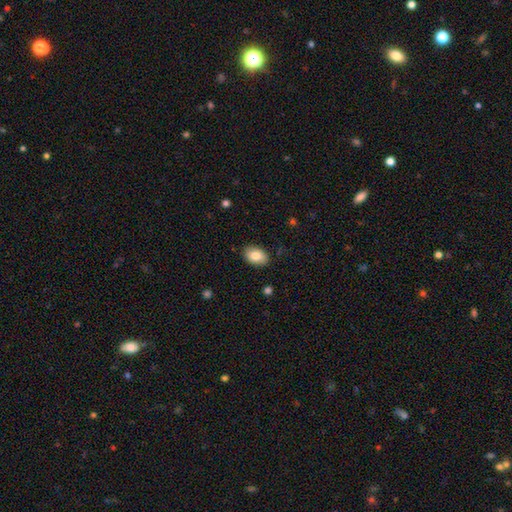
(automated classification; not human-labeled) Q: Smooth or featured?
A: smooth (84%); runner-up: featured or disk (9%)
Q: How rounded?
A: in between (86%); runner-up: round (12%)
Q: Merging?
A: none (88%); runner-up: minor disturbance (9%)